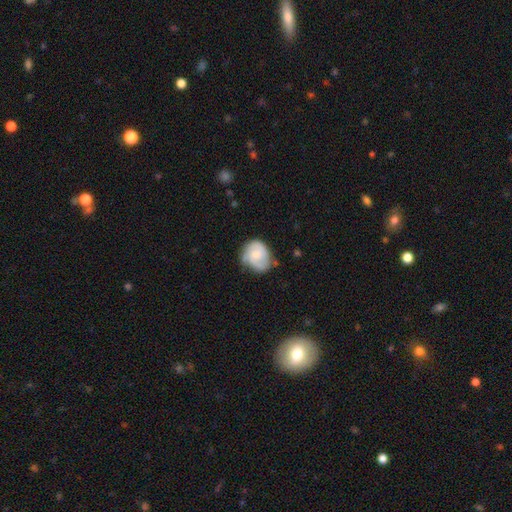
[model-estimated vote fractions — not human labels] The model was most divided on "bulge size": small: 43%, moderate: 38%, none: 12%, large: 6%, dominant: 1%. More confident: edge-on disk — no (98%); spiral arms — yes (87%); bar — no (68%); merging — none (61%); smooth or featured — featured or disk (56%).